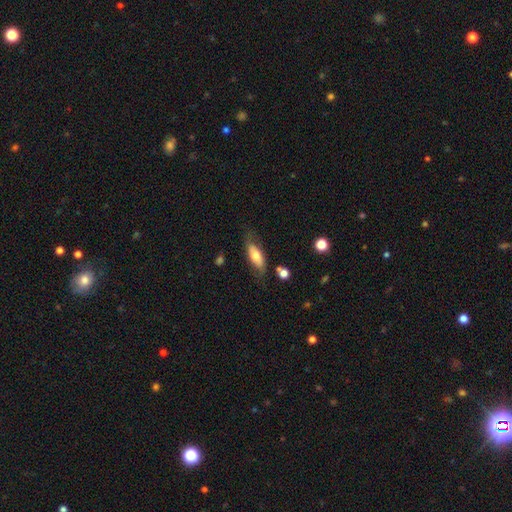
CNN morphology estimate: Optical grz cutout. It shows a smooth galaxy with no disk features (60%) that is in between round and cigar-shaped (72%). Merging: none (65%).